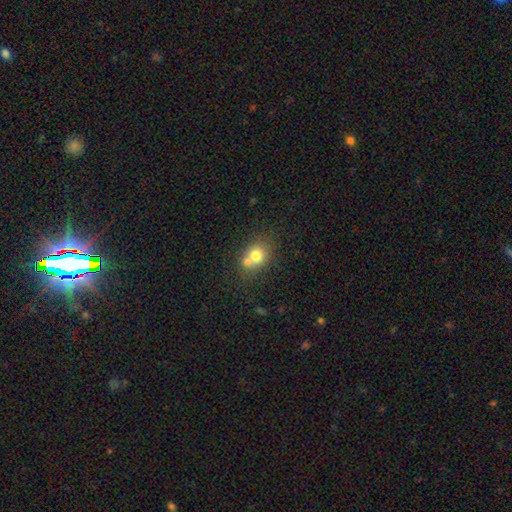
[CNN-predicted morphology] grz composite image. It shows a smooth galaxy with no disk features (74%) that is round (66%). Merging: merger (44%).